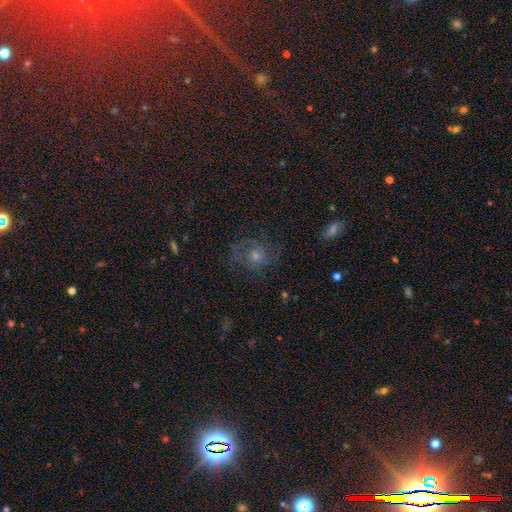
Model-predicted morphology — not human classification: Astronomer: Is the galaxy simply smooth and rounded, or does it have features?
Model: featured or disk — 59%.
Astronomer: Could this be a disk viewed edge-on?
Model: no — 97%.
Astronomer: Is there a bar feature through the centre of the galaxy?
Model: no — 76%.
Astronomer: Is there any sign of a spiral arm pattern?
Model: yes — 91%.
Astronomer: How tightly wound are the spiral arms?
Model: medium — 45% (runner-up: tight, 42%).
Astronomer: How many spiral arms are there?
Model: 2 — 29% (runner-up: can't tell, 27%).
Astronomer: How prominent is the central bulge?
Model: moderate — 53% (runner-up: small, 31%).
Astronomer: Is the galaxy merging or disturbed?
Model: none — 74%.